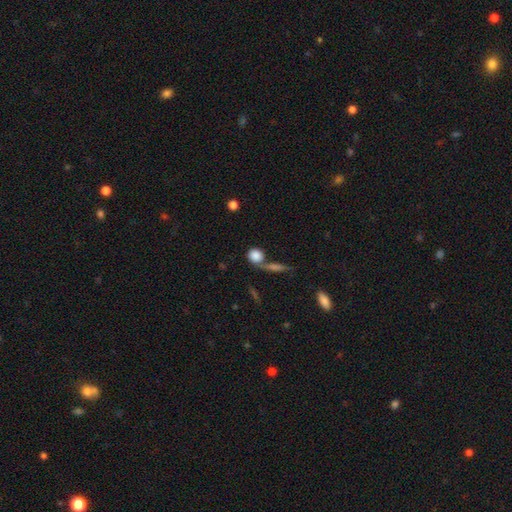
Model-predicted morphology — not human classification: Smooth or featured? Predicted: smooth (p=0.82). How rounded? Predicted: round (p=0.81). Merging? Predicted: none (p=0.51).